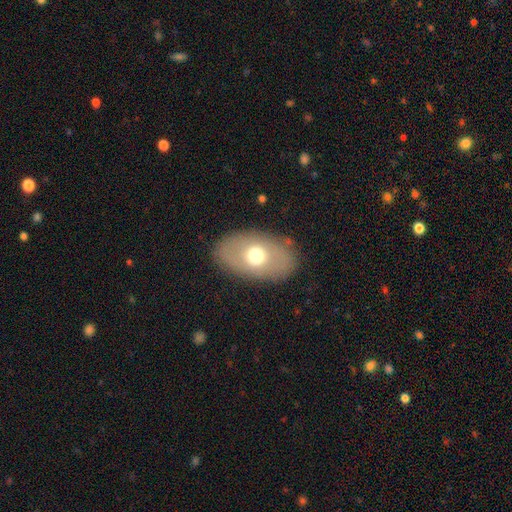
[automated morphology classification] A smooth galaxy with no disk features (58%) that is in between round and cigar-shaped (87%).

Vote fractions:
- Smooth or featured? smooth: 58% / featured or disk: 34% / star or artifact: 8%
- How rounded? in between: 87% / round: 11% / cigar-shaped: 1%
- Merging? none: 84% / minor disturbance: 11% / major disturbance: 4% / merger: 1%